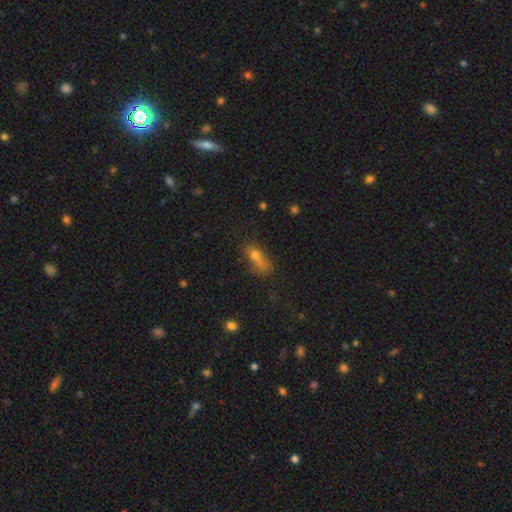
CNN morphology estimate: Smooth or featured? smooth (62%)
How rounded? in between (59%)
Merging? none (47%)